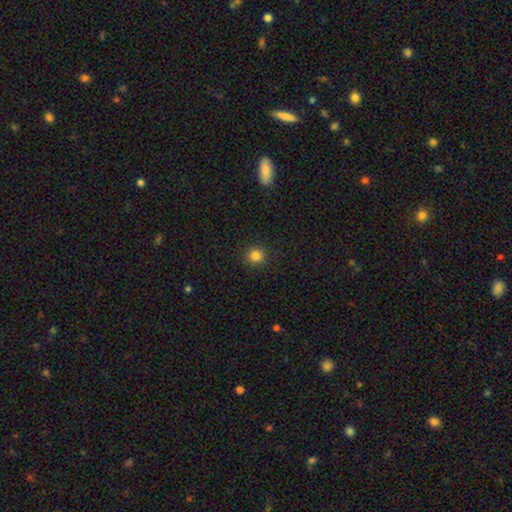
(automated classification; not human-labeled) smooth 83%, star or artifact 12%, featured or disk 4%. Down the decision tree: how rounded — round (89%); merging — none (91%).